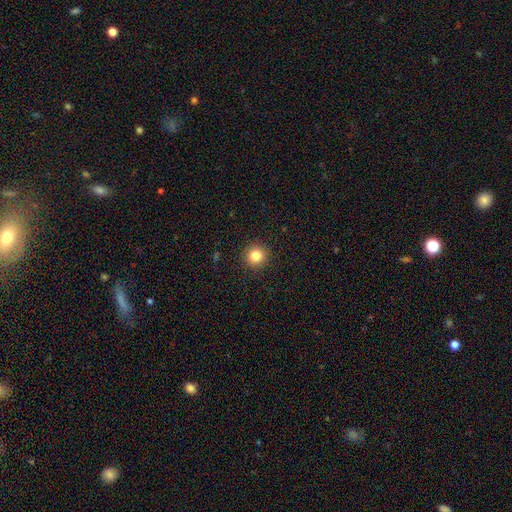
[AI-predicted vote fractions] This appears to be a smooth galaxy with no disk features (82%) that is round (95%). Merging: none (92%).